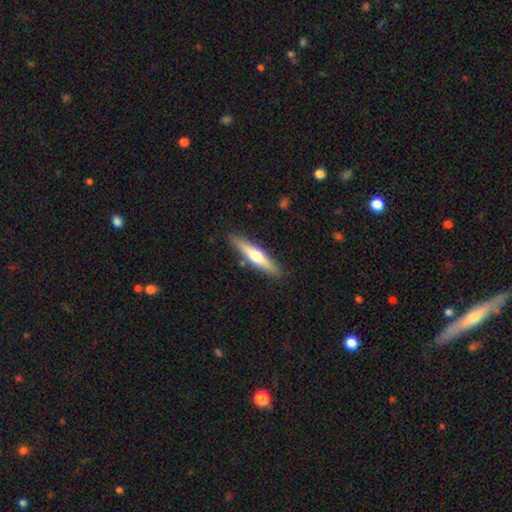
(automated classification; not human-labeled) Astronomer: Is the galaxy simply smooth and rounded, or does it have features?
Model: featured or disk — 52% (runner-up: smooth, 43%).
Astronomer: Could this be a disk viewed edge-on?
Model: yes — 94%.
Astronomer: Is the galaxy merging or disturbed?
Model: none — 88%.